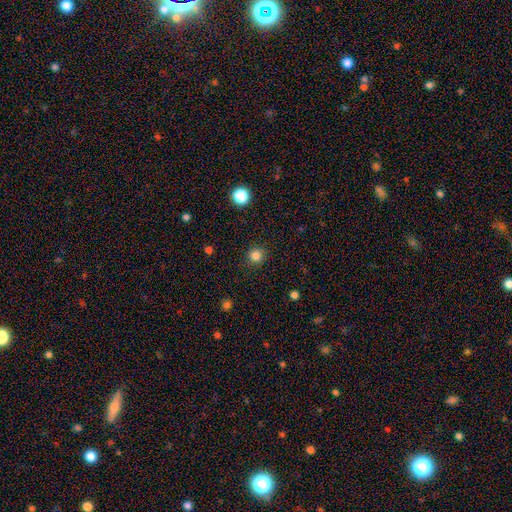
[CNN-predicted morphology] The model was most divided on "smooth or featured": smooth: 83%, star or artifact: 13%, featured or disk: 4%. More confident: how rounded — round (92%); merging — none (90%).